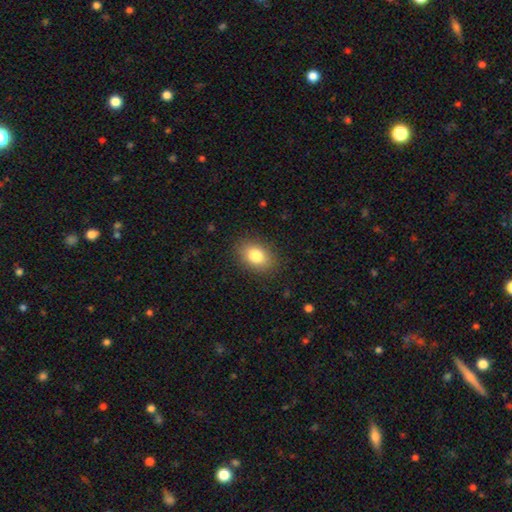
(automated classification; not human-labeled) A smooth galaxy with no disk features (82%) that is in between round and cigar-shaped (77%). Merging: none (86%).